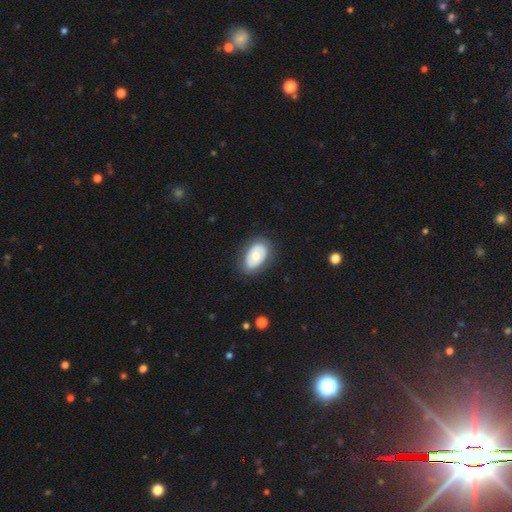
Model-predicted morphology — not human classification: The model was most divided on "smooth or featured": smooth: 56%, featured or disk: 37%, star or artifact: 6%. More confident: how rounded — in between (87%); merging — none (80%).